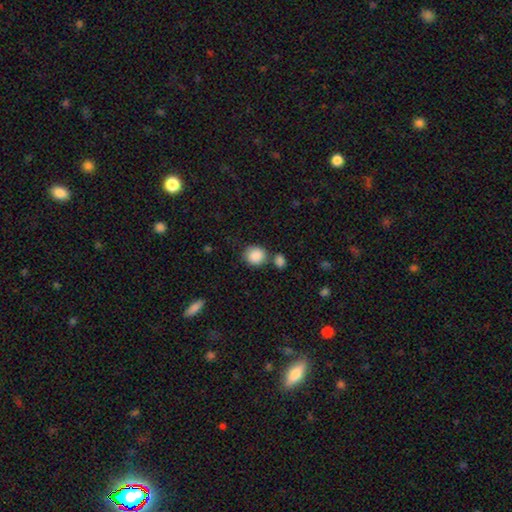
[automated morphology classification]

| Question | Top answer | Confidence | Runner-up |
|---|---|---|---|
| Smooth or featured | smooth | 89% | star or artifact (8%) |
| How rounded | round | 84% | in between (15%) |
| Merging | none | 66% | merger (19%) |